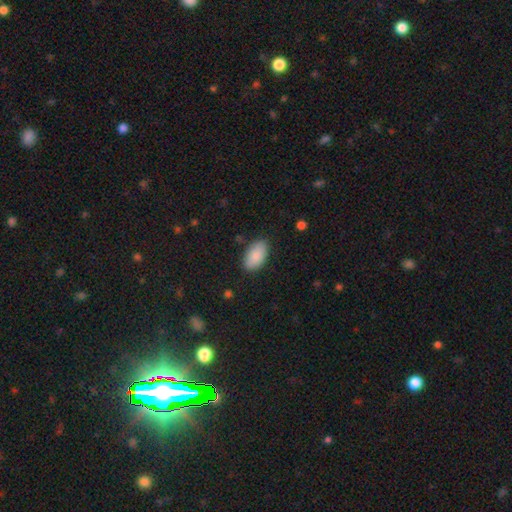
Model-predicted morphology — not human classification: A smooth galaxy with no disk features (88%) that is in between round and cigar-shaped (95%).

Vote fractions:
- Smooth or featured? smooth: 88% / star or artifact: 6% / featured or disk: 6%
- How rounded? in between: 95% / round: 3% / cigar-shaped: 2%
- Merging? none: 82% / minor disturbance: 13% / major disturbance: 3% / merger: 1%